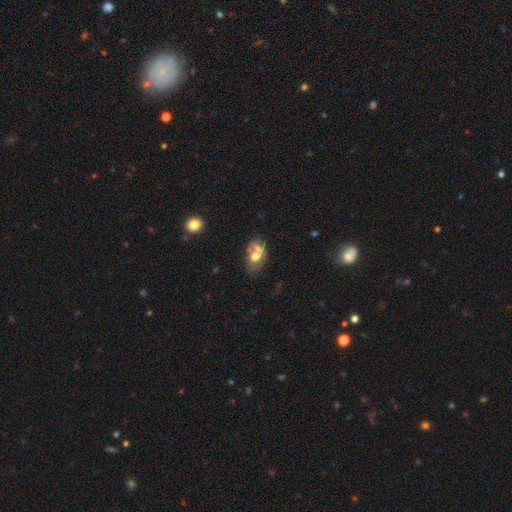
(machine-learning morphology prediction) Smooth or featured: smooth — 53% (featured or disk — 36%)
How rounded: in between — 73% (round — 26%)
Merging: merger — 45% (none — 30%)